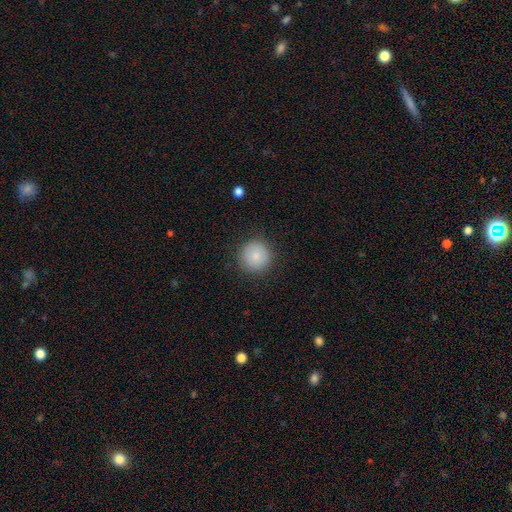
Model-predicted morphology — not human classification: Smooth or featured? smooth (85%)
How rounded? round (94%)
Merging? none (88%)